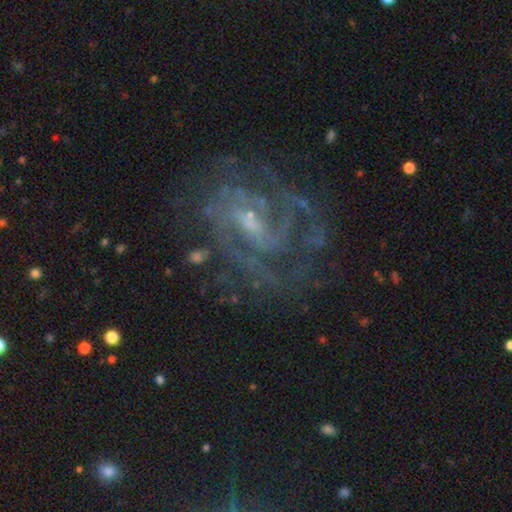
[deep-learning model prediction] smooth_or_featured: featured or disk (p=0.86) [alt: star or artifact p=0.09]
disk_edge_on: no (p=0.97) [alt: yes p=0.03]
bar: weak (p=0.56) [alt: no p=0.28]
has_spiral_arms: yes (p=0.93) [alt: no p=0.07]
spiral_winding: tight (p=0.46) [alt: medium p=0.42]
spiral_arm_count: 2 (p=0.31) [alt: can't tell p=0.30]
bulge_size: small (p=0.60) [alt: moderate p=0.25]
merging: none (p=0.68) [alt: minor disturbance p=0.17]